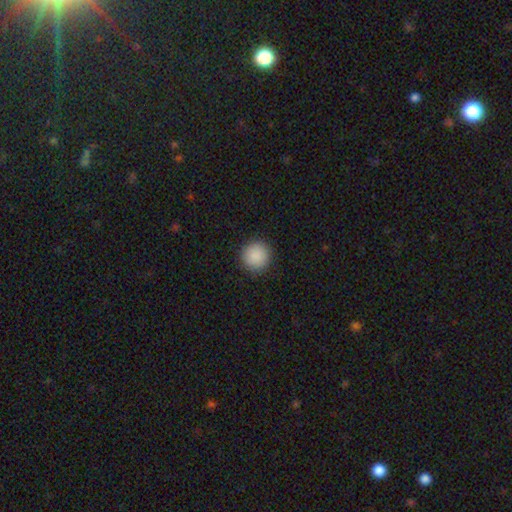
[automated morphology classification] The model was most divided on "smooth or featured": smooth: 89%, star or artifact: 8%, featured or disk: 3%. More confident: how rounded — round (95%); merging — none (91%).